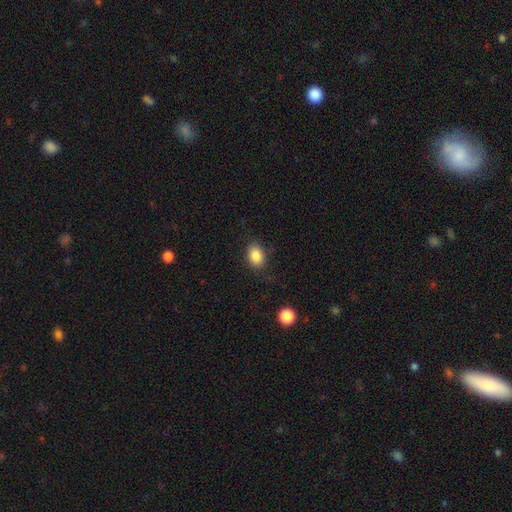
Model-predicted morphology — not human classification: Smooth or featured? smooth (85%)
How rounded? in between (72%)
Merging? none (83%)